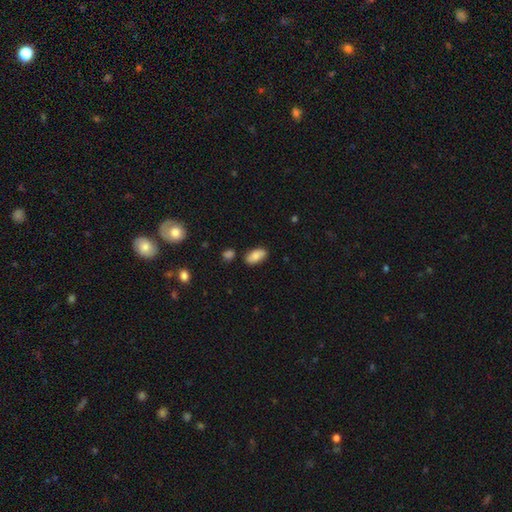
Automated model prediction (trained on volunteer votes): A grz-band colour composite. It shows a smooth galaxy with no disk features (81%) that is in between round and cigar-shaped (92%). Merging: none (81%).